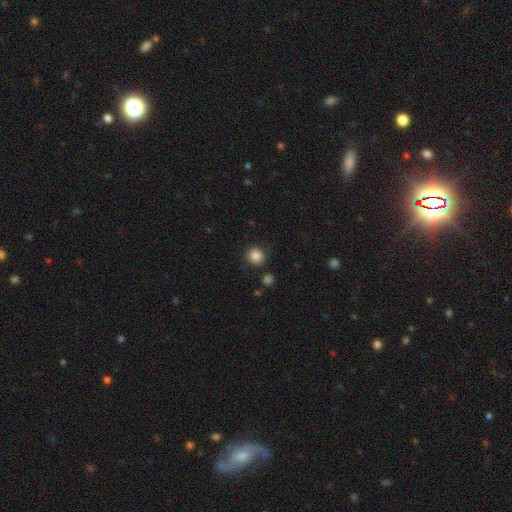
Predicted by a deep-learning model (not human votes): smooth_or_featured: smooth (p=0.86) [alt: star or artifact p=0.10]
how_rounded: round (p=0.90) [alt: in between p=0.09]
merging: none (p=0.86) [alt: minor disturbance p=0.09]